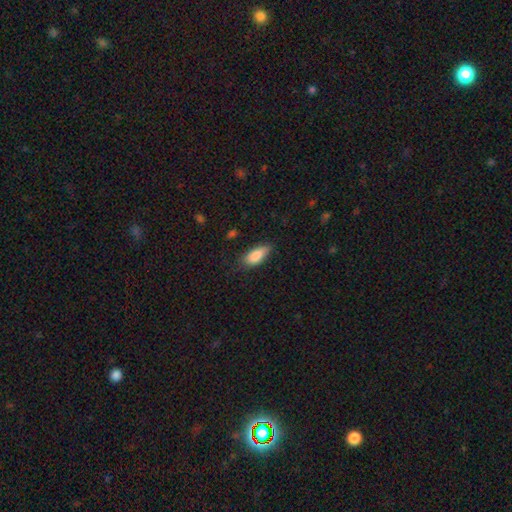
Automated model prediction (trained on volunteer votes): Morphology: type=smooth (86%); roundness=in between (82%); merging=none (71%).